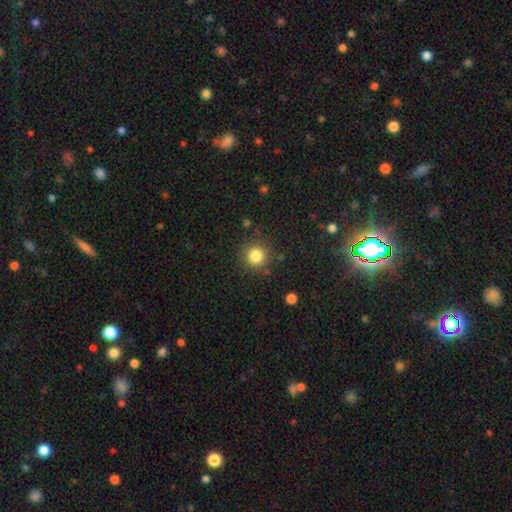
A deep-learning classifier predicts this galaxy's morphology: smooth-or-featured: smooth: 83% | star or artifact: 11% | featured or disk: 5%
  how-rounded: round: 94% | in between: 5% | cigar-shaped: 1%
  merging: none: 87% | minor disturbance: 8% | major disturbance: 3% | merger: 2%